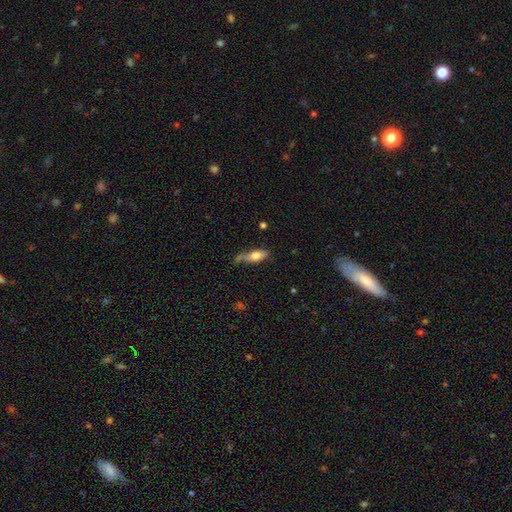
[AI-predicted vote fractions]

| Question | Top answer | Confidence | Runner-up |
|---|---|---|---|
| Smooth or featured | smooth | 70% | featured or disk (23%) |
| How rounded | in between | 64% | cigar-shaped (33%) |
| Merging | none | 51% | minor disturbance (29%) |